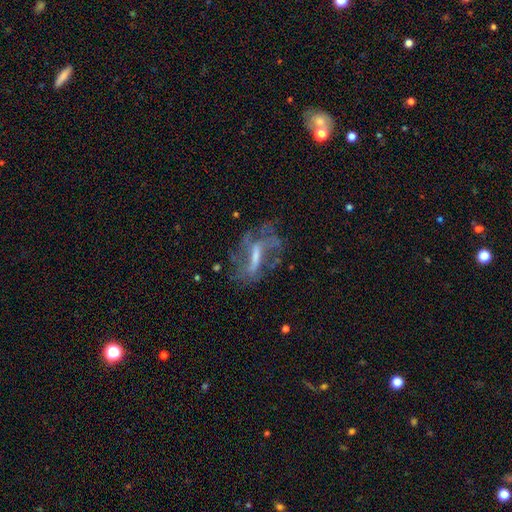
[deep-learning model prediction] A featured or disk galaxy (72%) with a strong bar (45%), spiral arms (64%) and a moderate central bulge (35%).

Vote fractions:
- Smooth or featured? featured or disk: 72% / smooth: 17% / star or artifact: 11%
- Edge-on disk? no: 85% / yes: 15%
- Bar? strong: 45% / weak: 36% / no: 19%
- Spiral arms? yes: 64% / no: 36%
- Bulge size? moderate: 35% / small: 33% / none: 24% / large: 7% / dominant: 1%
- Merging? none: 52% / major disturbance: 25% / minor disturbance: 20% / merger: 4%